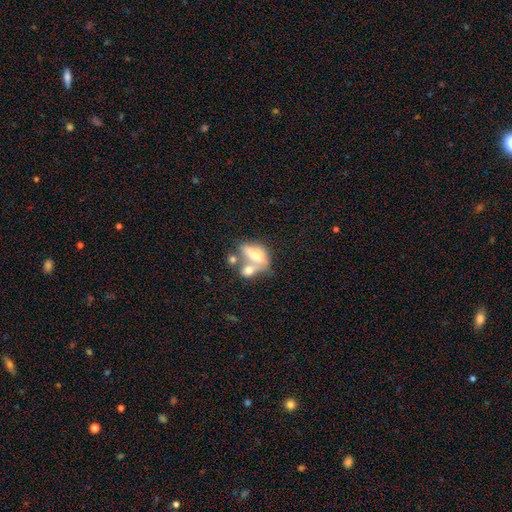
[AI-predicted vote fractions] Smooth or featured?
  - smooth: 57% *
  - featured or disk: 34%
  - star or artifact: 9%
How rounded?
  - in between: 79% *
  - round: 14%
  - cigar-shaped: 7%
Merging?
  - merger: 57% *
  - none: 21%
  - minor disturbance: 11%
  - major disturbance: 10%